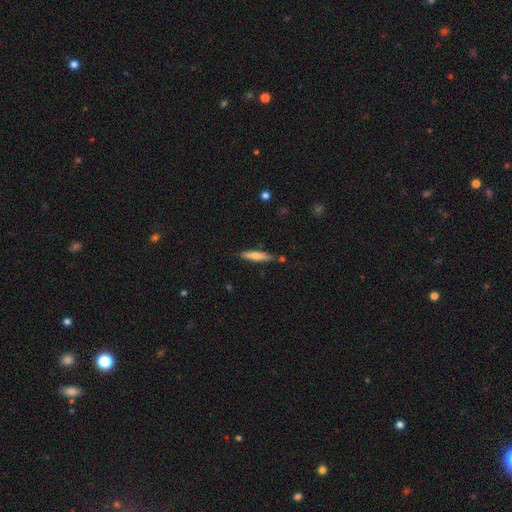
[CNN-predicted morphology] smooth-or-featured: smooth: 56% | featured or disk: 37% | star or artifact: 6%
  how-rounded: cigar-shaped: 86% | in between: 13% | round: 2%
  merging: none: 82% | minor disturbance: 12% | merger: 4% | major disturbance: 2%